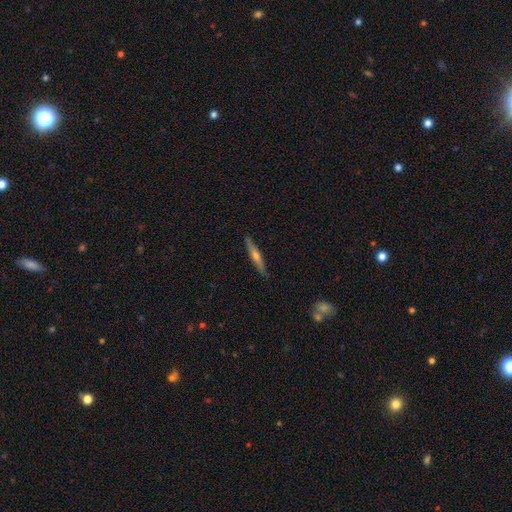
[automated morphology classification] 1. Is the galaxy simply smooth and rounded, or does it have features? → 59% featured or disk, 35% smooth, 6% star or artifact.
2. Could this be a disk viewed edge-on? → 96% yes, 4% no.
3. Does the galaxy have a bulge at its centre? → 77% rounded, 17% none, 6% boxy.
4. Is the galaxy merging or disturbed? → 88% none, 9% minor disturbance, 2% major disturbance, 1% merger.